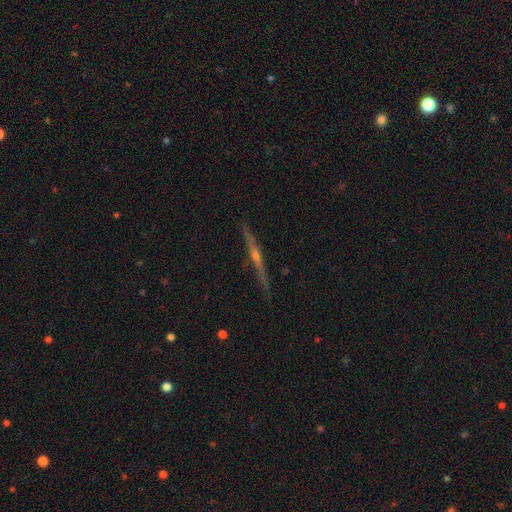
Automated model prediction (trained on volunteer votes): Smooth or featured: featured or disk — 84% (smooth — 10%)
Edge-on disk: yes — 98% (no — 2%)
Edge-on bulge: rounded — 87% (none — 8%)
Merging: none — 90% (minor disturbance — 7%)